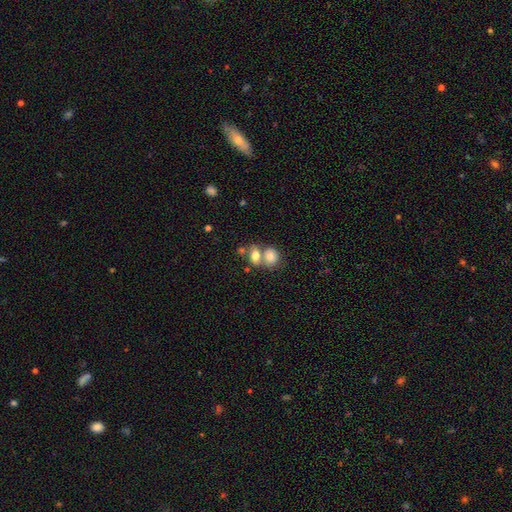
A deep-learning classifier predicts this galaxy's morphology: smooth-or-featured: smooth: 76% | featured or disk: 14% | star or artifact: 9%
  how-rounded: in between: 63% | round: 35% | cigar-shaped: 2%
  merging: merger: 59% | none: 29% | minor disturbance: 8% | major disturbance: 3%